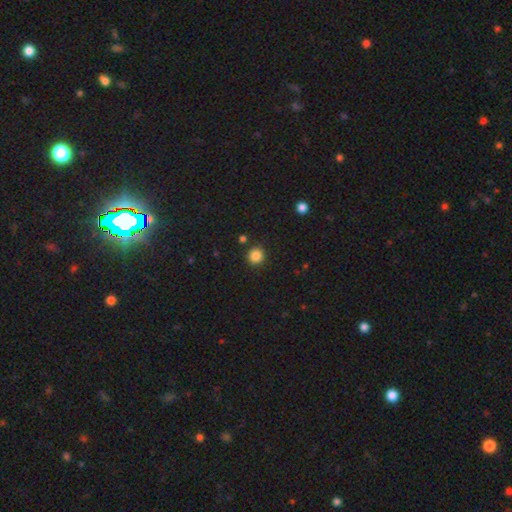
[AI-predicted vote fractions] smooth_or_featured: smooth (p=0.85) [alt: star or artifact p=0.12]
how_rounded: round (p=0.94) [alt: in between p=0.06]
merging: none (p=0.90) [alt: minor disturbance p=0.06]